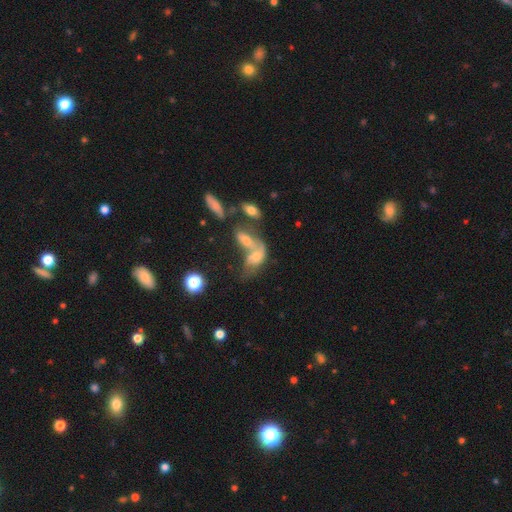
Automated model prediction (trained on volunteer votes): Morphology: type=featured or disk (45%); merging=merger (58%).